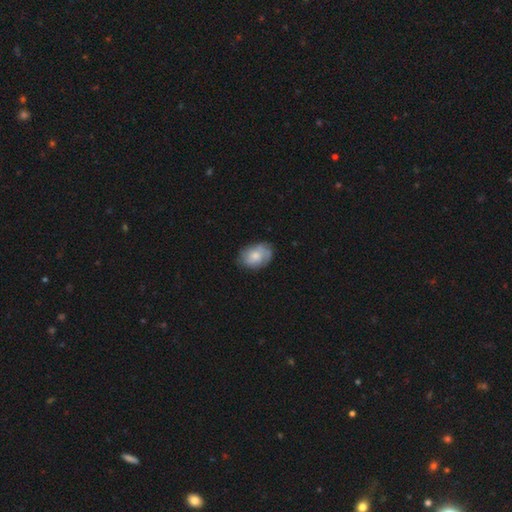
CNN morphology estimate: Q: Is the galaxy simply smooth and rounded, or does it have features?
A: smooth — 63%.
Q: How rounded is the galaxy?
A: in between — 78%.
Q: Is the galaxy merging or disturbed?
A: none — 69%.